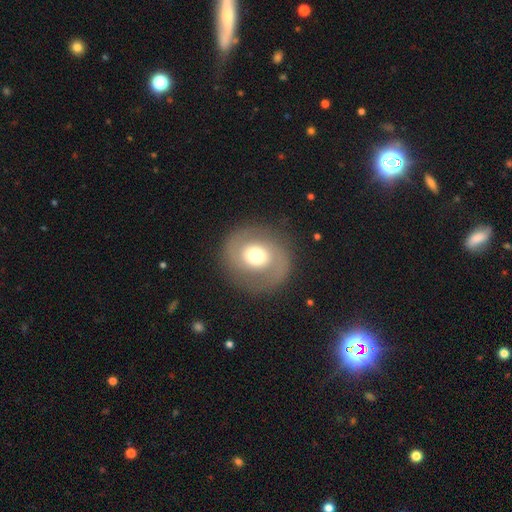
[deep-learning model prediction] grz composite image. It shows a featured or disk galaxy (61%) with no bar (69%), spiral arms (72%) and a moderate central bulge (57%). Merging: none (83%).